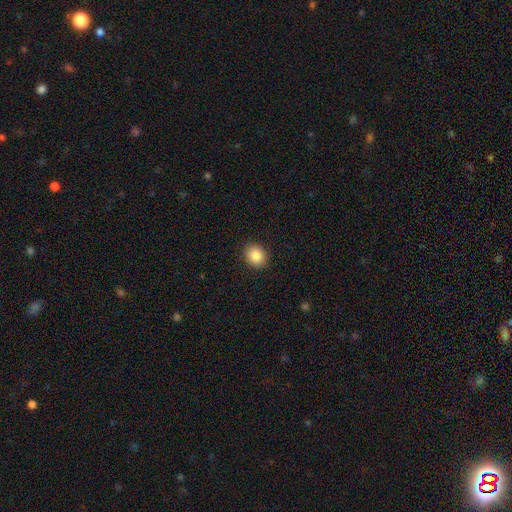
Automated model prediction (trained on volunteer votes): smooth_or_featured: smooth (p=0.86) [alt: star or artifact p=0.09]
how_rounded: round (p=0.65) [alt: in between p=0.34]
merging: none (p=0.90) [alt: minor disturbance p=0.07]